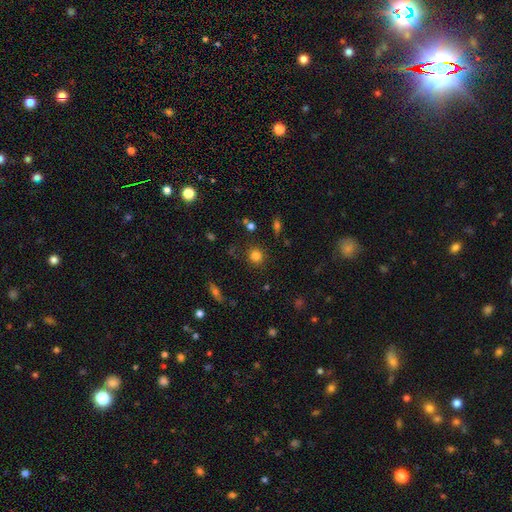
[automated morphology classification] Smooth or featured: smooth — 81% (star or artifact — 13%)
How rounded: round — 90% (in between — 9%)
Merging: none — 86% (minor disturbance — 8%)